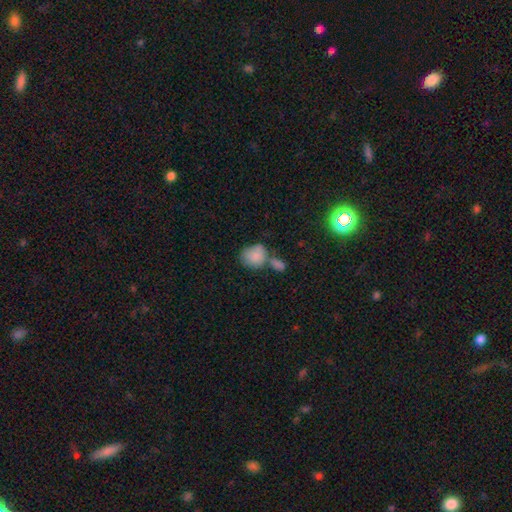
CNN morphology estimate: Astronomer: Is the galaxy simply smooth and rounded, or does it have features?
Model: smooth — 83%.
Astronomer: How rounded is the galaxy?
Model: round — 64%.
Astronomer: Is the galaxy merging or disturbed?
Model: none — 39% (runner-up: merger, 37%).